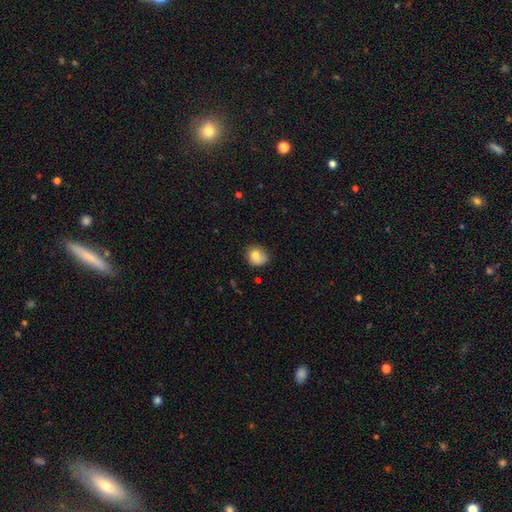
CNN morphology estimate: type=smooth (77%); roundness=round (67%); merging=none (56%).